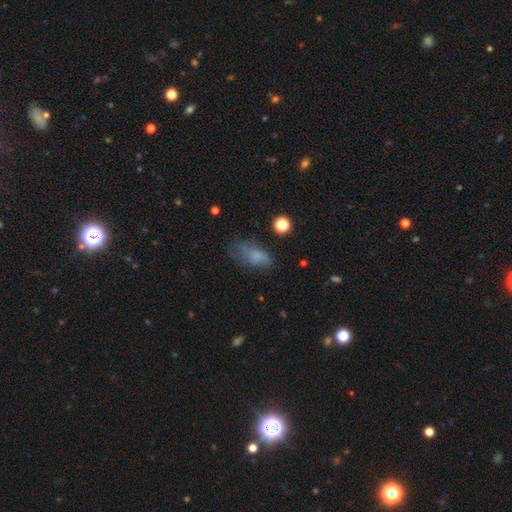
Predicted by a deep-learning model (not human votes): Smooth or featured? Predicted: smooth (p=0.70). How rounded? Predicted: in between (p=0.88). Merging? Predicted: none (p=0.52).